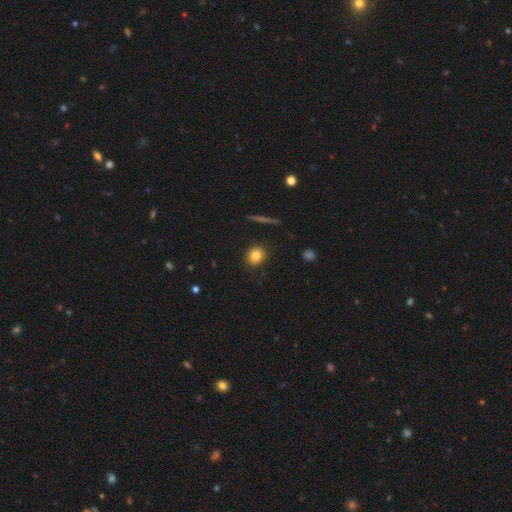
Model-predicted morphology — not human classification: A smooth galaxy with no disk features (81%) that is round (69%).

Vote fractions:
- Smooth or featured? smooth: 81% / star or artifact: 10% / featured or disk: 9%
- How rounded? round: 69% / in between: 29% / cigar-shaped: 2%
- Merging? none: 90% / minor disturbance: 7% / major disturbance: 2% / merger: 1%